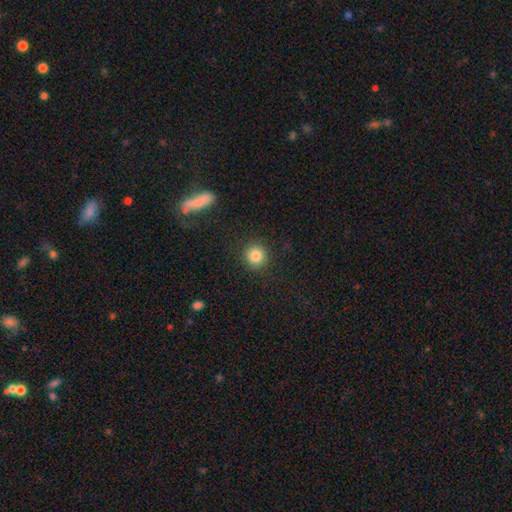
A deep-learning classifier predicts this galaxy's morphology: This is clearly a smooth galaxy (84%). How rounded: clearly round (93%). Merging: clearly none (90%).